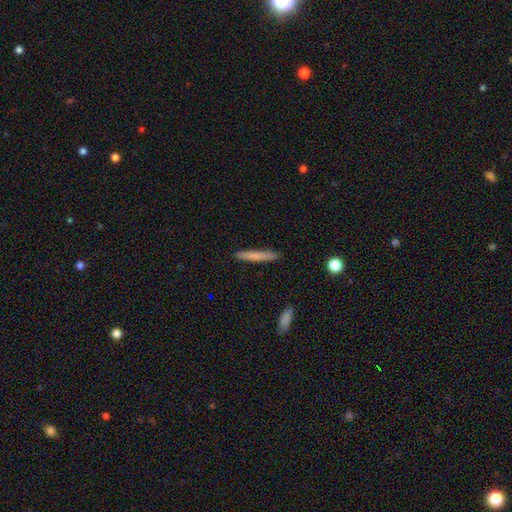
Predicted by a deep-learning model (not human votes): smooth_or_featured: smooth (p=0.73) [alt: featured or disk p=0.21]
how_rounded: cigar-shaped (p=0.95) [alt: in between p=0.04]
merging: none (p=0.89) [alt: minor disturbance p=0.08]